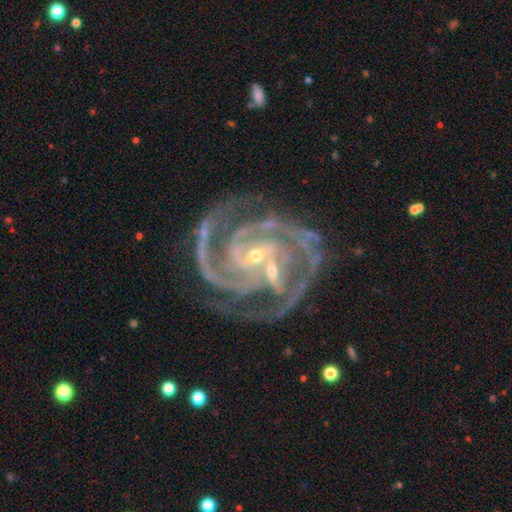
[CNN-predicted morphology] smooth_or_featured: featured or disk (p=0.93) [alt: star or artifact p=0.05]
disk_edge_on: no (p=0.98) [alt: yes p=0.02]
bar: strong (p=0.39) [alt: weak p=0.34]
has_spiral_arms: yes (p=0.99) [alt: no p=0.01]
spiral_winding: tight (p=0.71) [alt: medium p=0.26]
spiral_arm_count: 3 (p=0.35) [tied with: 2 p=0.35]
bulge_size: small (p=0.79) [alt: moderate p=0.17]
merging: none (p=0.68) [alt: minor disturbance p=0.16]